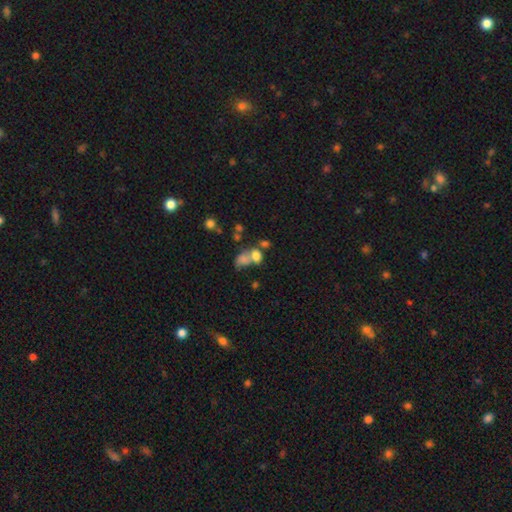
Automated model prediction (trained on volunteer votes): Q: Smooth or featured?
A: smooth (71%); runner-up: featured or disk (14%)
Q: How rounded?
A: in between (60%); runner-up: round (38%)
Q: Merging?
A: merger (54%); runner-up: none (27%)